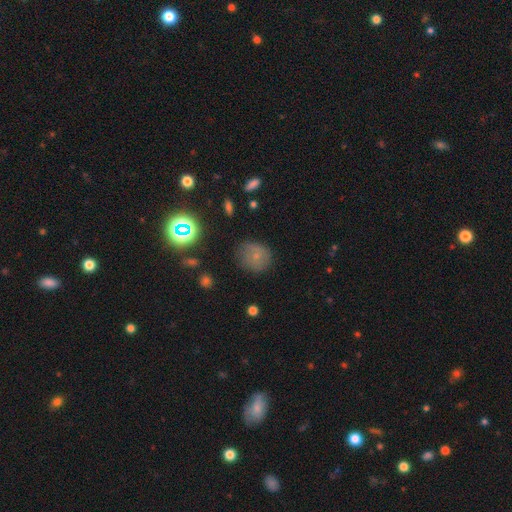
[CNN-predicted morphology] Smooth or featured?
  - smooth: 65% *
  - featured or disk: 18%
  - star or artifact: 17%
How rounded?
  - round: 83% *
  - in between: 16%
  - cigar-shaped: 1%
Merging?
  - none: 69% *
  - minor disturbance: 21%
  - major disturbance: 8%
  - merger: 2%